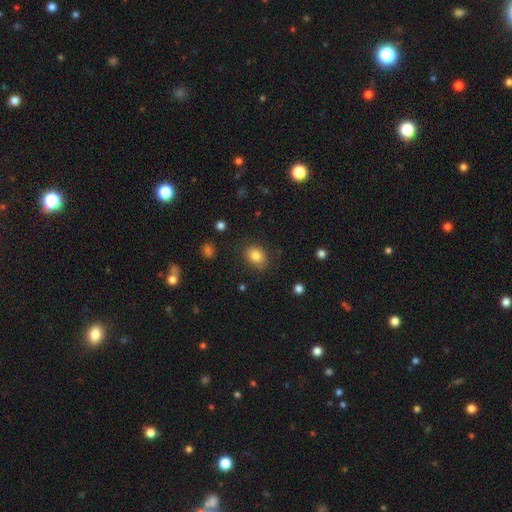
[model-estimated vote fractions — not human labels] Overall: smooth (83%). How rounded: in between (53%; round 46%). Merging: none (78%).